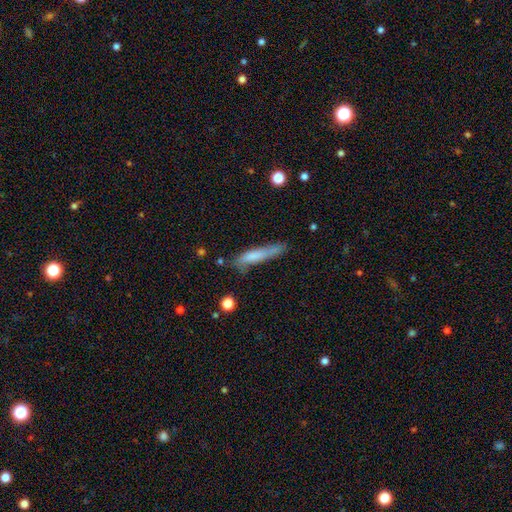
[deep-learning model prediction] A smooth galaxy with no disk features (70%) that is cigar-shaped (89%). Merging: none (58%).